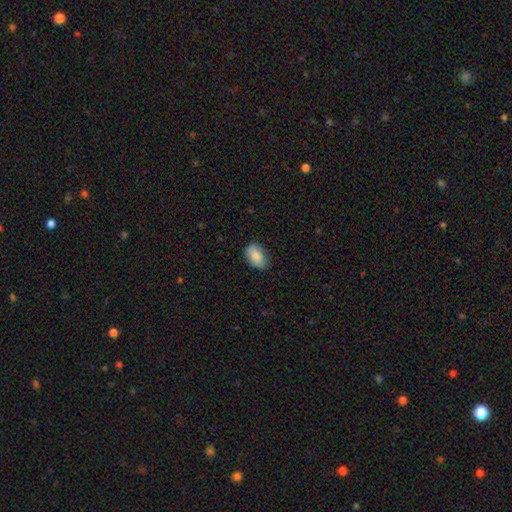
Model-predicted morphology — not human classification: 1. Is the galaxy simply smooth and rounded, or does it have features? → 87% smooth, 7% star or artifact, 7% featured or disk.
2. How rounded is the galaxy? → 91% in between, 7% round, 2% cigar-shaped.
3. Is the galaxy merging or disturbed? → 76% none, 20% minor disturbance, 3% major disturbance, 1% merger.